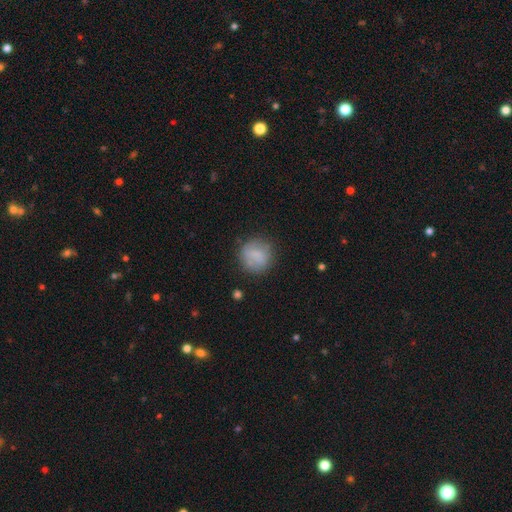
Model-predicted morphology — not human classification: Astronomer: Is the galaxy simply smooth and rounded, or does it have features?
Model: smooth — 74%.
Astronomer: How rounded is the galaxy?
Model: round — 88%.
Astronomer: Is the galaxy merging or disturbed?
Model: none — 70%.